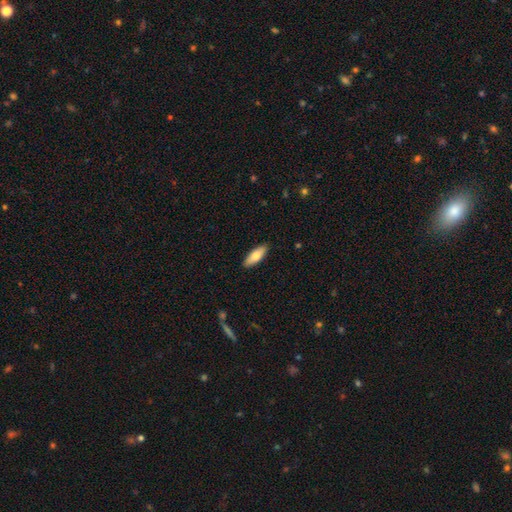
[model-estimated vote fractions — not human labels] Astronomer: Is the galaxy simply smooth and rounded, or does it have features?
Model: smooth — 74%.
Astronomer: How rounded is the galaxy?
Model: in between — 63%.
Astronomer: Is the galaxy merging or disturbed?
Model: none — 89%.